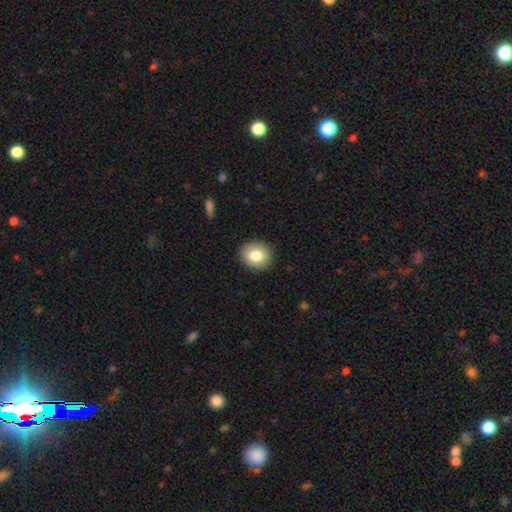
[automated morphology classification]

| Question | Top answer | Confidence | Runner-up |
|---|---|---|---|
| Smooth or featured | smooth | 81% | featured or disk (10%) |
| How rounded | round | 75% | in between (24%) |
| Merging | none | 90% | minor disturbance (7%) |